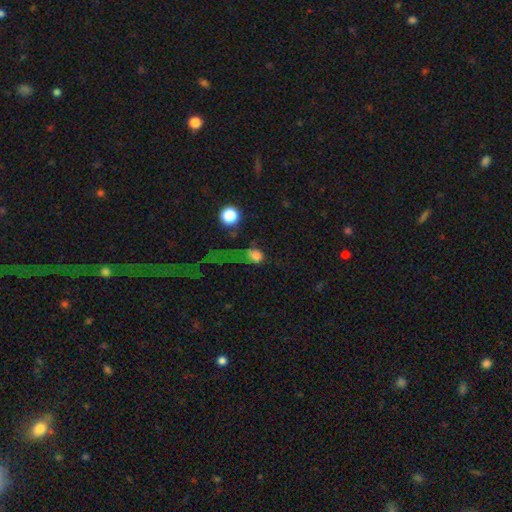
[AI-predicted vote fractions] Smooth or featured? Predicted: smooth (p=0.72). How rounded? Predicted: round (p=0.63). Merging? Predicted: none (p=0.42).